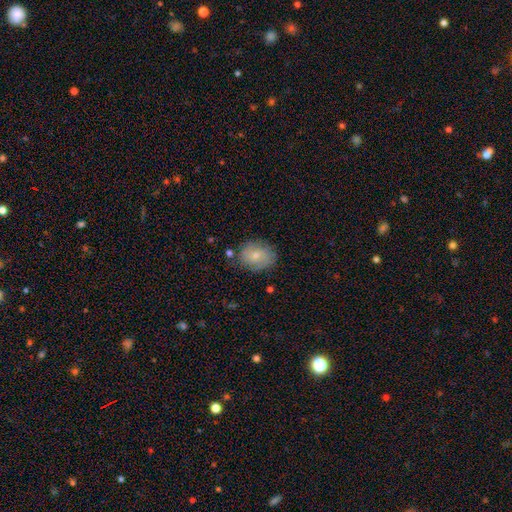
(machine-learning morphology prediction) The model was most divided on "how rounded": in between: 53%, round: 46%, cigar-shaped: 1%. More confident: merging — none (73%); smooth or featured — smooth (67%).